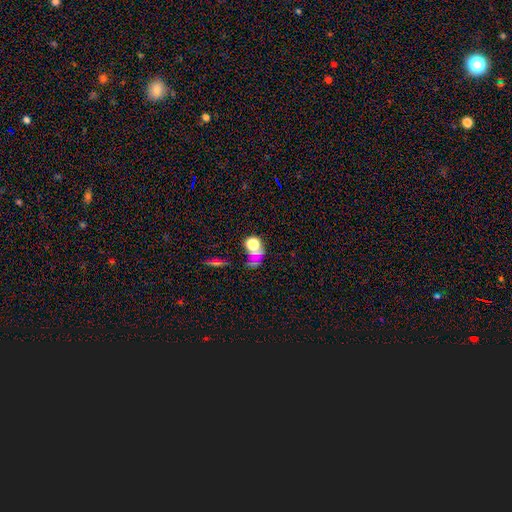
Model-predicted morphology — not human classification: Q: Smooth or featured?
A: smooth (46%); runner-up: star or artifact (39%)
Q: Merging?
A: none (54%); runner-up: merger (18%)